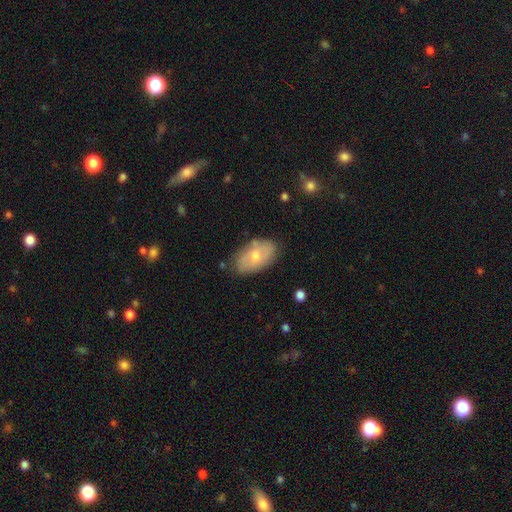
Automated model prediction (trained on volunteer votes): This appears to be a smooth galaxy with no disk features (60%) that is in between round and cigar-shaped (93%). Merging: none (75%).